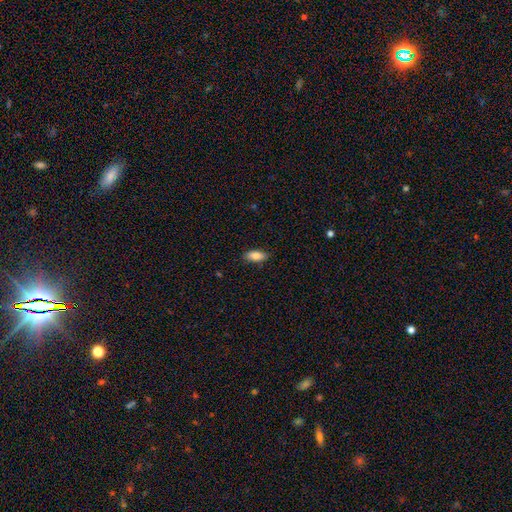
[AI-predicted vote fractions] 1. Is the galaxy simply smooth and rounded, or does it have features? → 84% smooth, 9% featured or disk, 7% star or artifact.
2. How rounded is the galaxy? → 81% in between, 16% cigar-shaped, 2% round.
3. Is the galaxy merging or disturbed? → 85% none, 12% minor disturbance, 2% major disturbance, 1% merger.